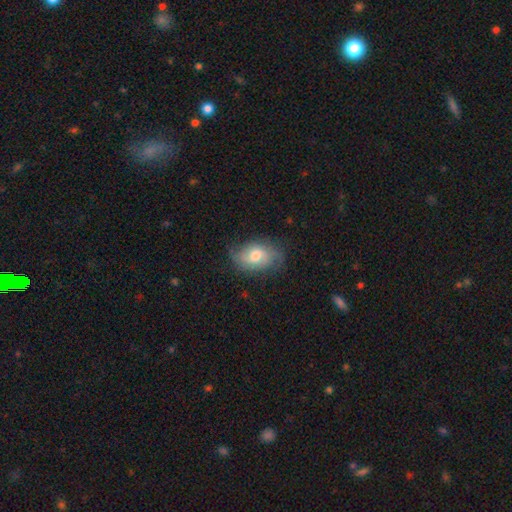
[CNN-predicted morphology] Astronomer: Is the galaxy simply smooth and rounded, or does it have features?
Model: smooth — 50% (runner-up: featured or disk, 42%).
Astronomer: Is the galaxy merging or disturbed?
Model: none — 66%.